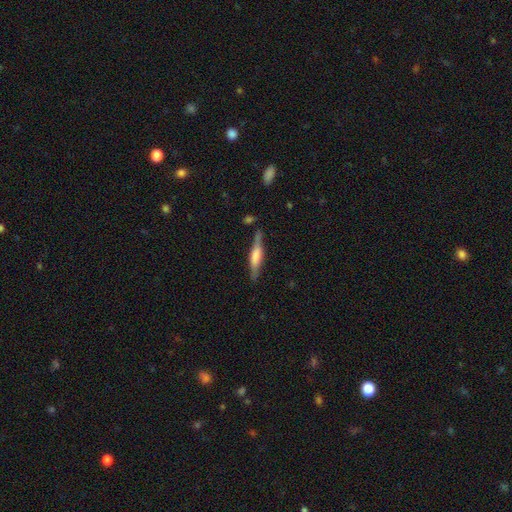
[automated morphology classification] featured or disk 54%, smooth 40%, star or artifact 6%. Down the decision tree: edge-on disk — yes (94%); edge-on bulge — boxy (46%); merging — none (80%).